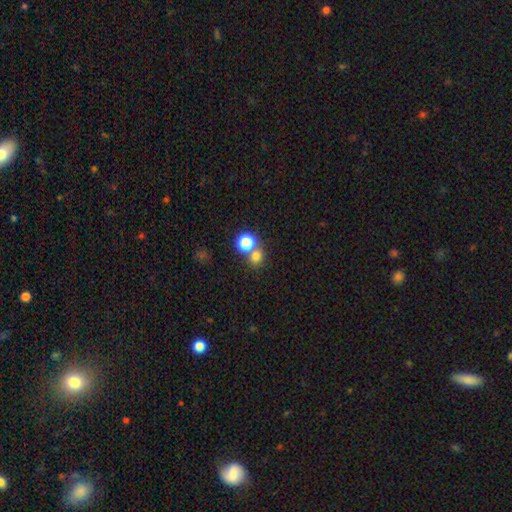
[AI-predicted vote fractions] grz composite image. It shows a smooth galaxy with no disk features (72%) that is round (77%). Merging: none (59%).